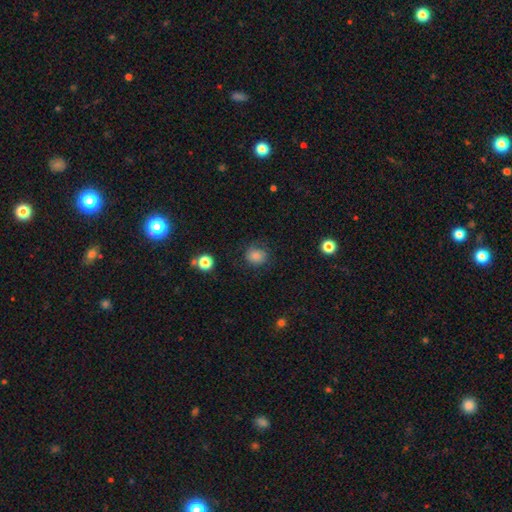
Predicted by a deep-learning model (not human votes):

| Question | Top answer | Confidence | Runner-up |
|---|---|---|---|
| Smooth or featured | smooth | 80% | star or artifact (13%) |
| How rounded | round | 76% | in between (23%) |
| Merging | none | 78% | minor disturbance (15%) |